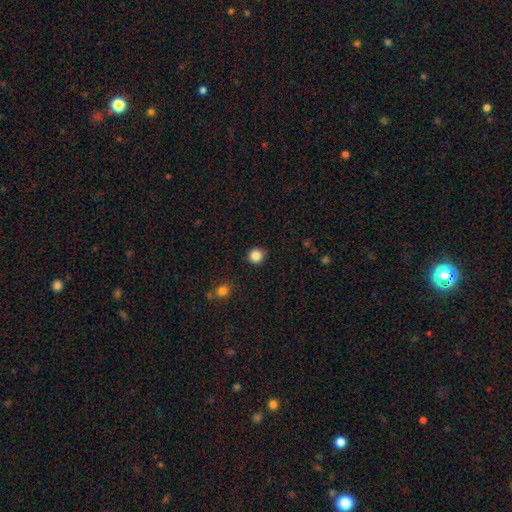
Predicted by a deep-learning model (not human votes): Q: Smooth or featured?
A: smooth (86%); runner-up: star or artifact (10%)
Q: How rounded?
A: round (94%); runner-up: in between (5%)
Q: Merging?
A: none (90%); runner-up: minor disturbance (6%)